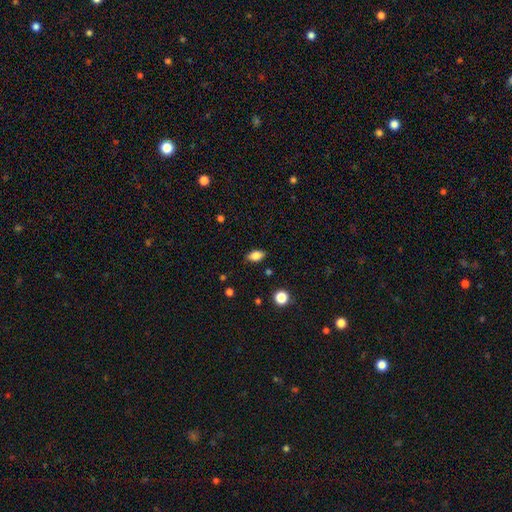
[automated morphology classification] smooth_or_featured: smooth (p=0.83) [alt: star or artifact p=0.09]
how_rounded: in between (p=0.89) [alt: round p=0.08]
merging: none (p=0.86) [alt: minor disturbance p=0.10]